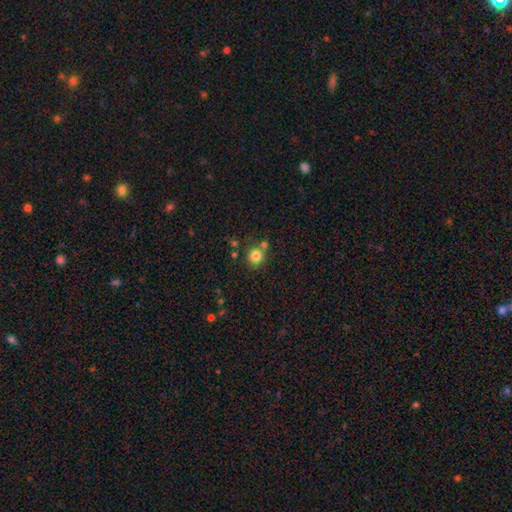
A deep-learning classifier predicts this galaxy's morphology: This is clearly a smooth galaxy (82%). How rounded: clearly round (90%). Merging: likely none (73%).